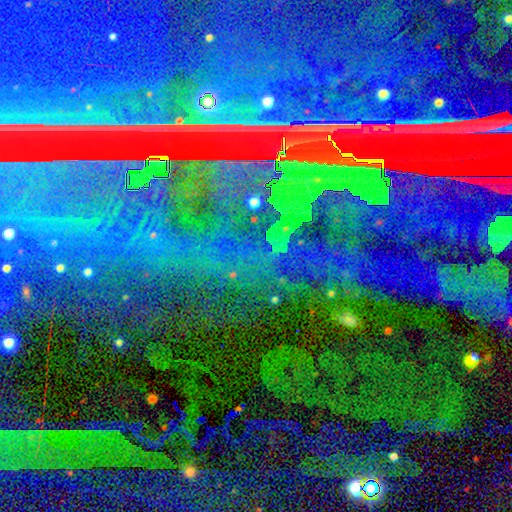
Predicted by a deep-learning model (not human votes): This is clearly a star or artifact rather than a galaxy (85%).